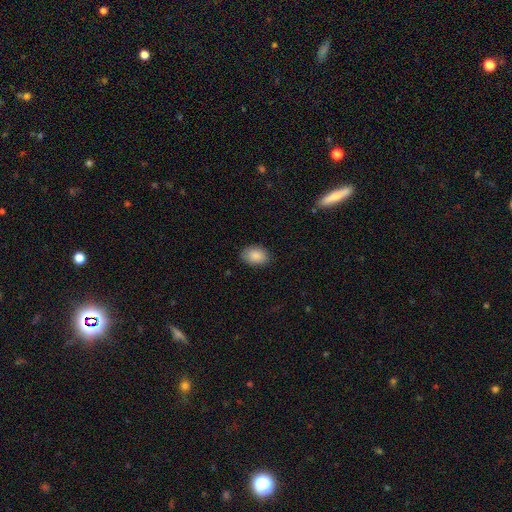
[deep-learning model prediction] Overall: smooth (88%). How rounded: in between (84%). Merging: none (85%).